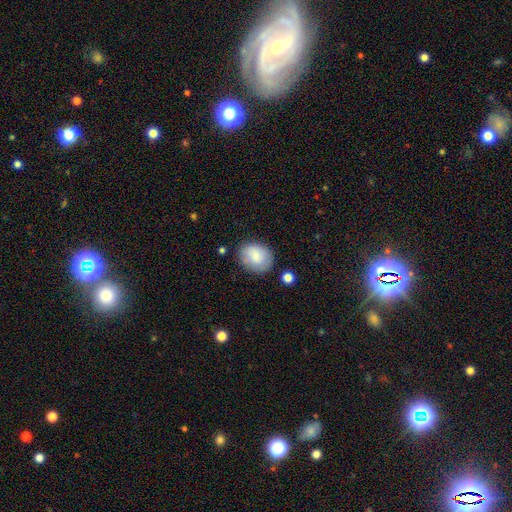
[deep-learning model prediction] Smooth or featured? Predicted: smooth (p=0.78). How rounded? Predicted: in between (p=0.51). Merging? Predicted: none (p=0.77).